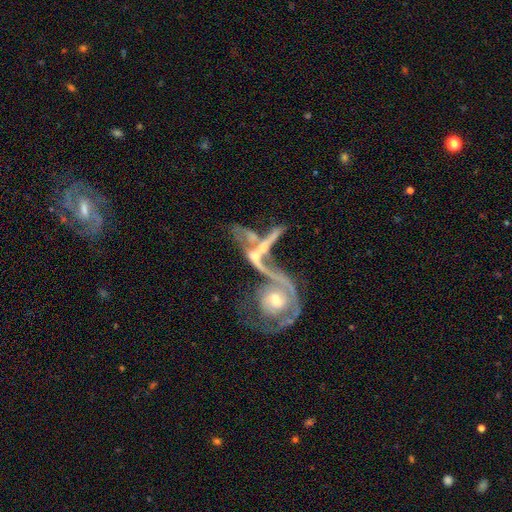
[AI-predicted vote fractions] This is likely a featured or disk galaxy (70%). It is clearly not viewed edge-on (87%). Bar: likely no (72%). Spiral arm pattern: possibly yes (53%). Central bulge: marginally moderate (42%). Merging: likely merger (62%).